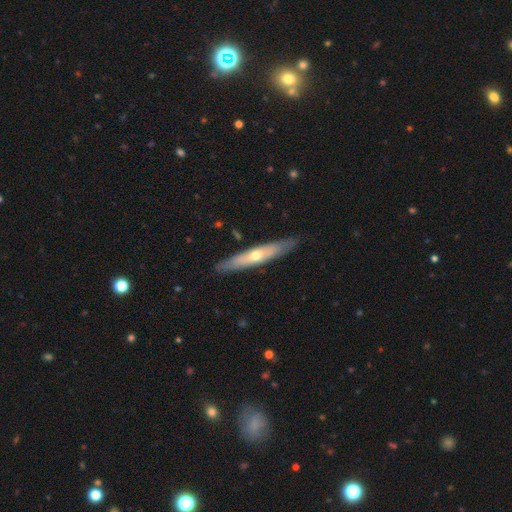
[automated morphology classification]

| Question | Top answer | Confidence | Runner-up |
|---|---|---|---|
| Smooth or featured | featured or disk | 56% | smooth (38%) |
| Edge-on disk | yes | 82% | no (18%) |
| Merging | none | 88% | minor disturbance (9%) |